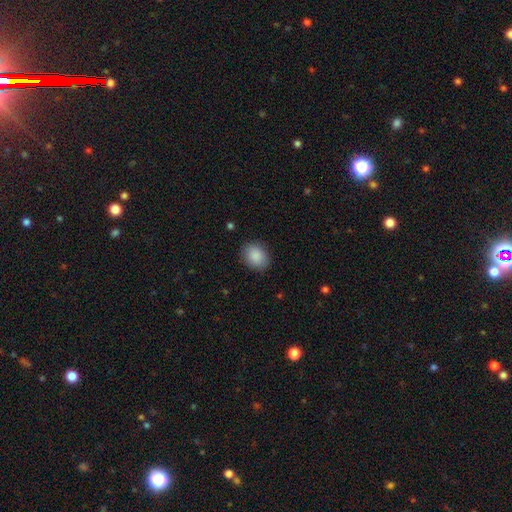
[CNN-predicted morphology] smooth_or_featured: smooth (p=0.89) [alt: star or artifact p=0.07]
how_rounded: in between (p=0.56) [alt: round p=0.43]
merging: none (p=0.87) [alt: minor disturbance p=0.10]